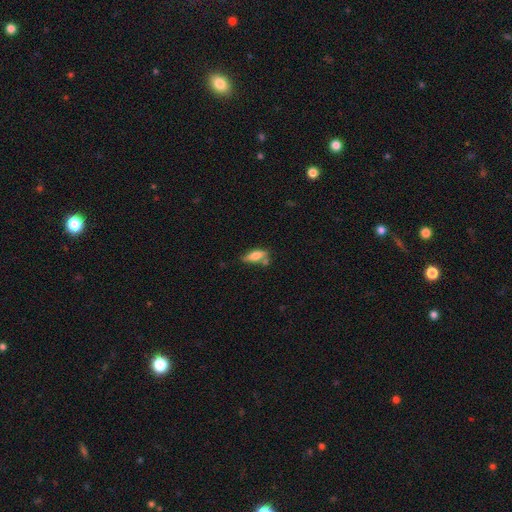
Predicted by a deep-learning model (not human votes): A smooth galaxy with no disk features (68%) that is in between round and cigar-shaped (65%). Merging: none (57%).